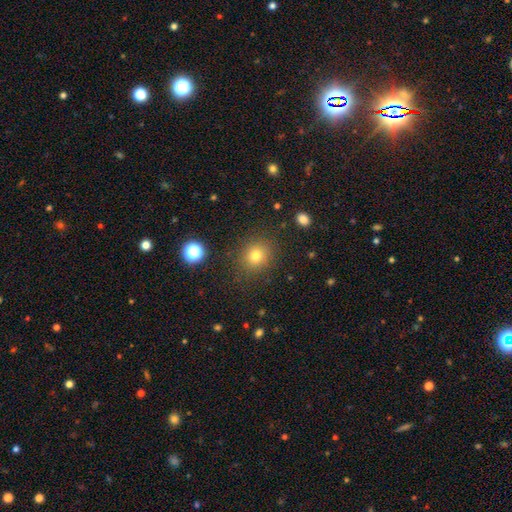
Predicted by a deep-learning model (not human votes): Smooth or featured: smooth — 76% (star or artifact — 16%)
How rounded: round — 82% (in between — 17%)
Merging: none — 87% (minor disturbance — 8%)